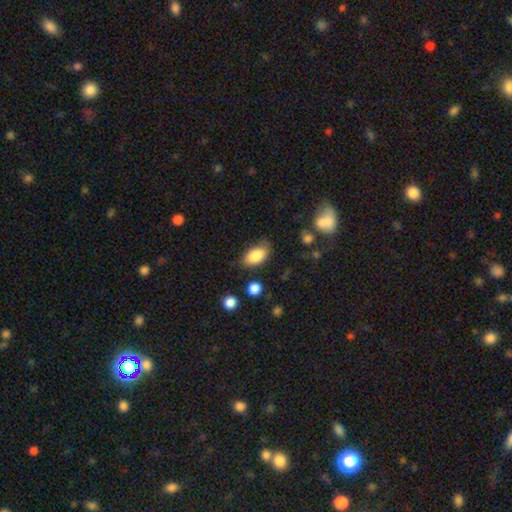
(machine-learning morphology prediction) This appears to be a smooth galaxy with no disk features (84%) that is in between round and cigar-shaped (92%). Merging: none (73%).